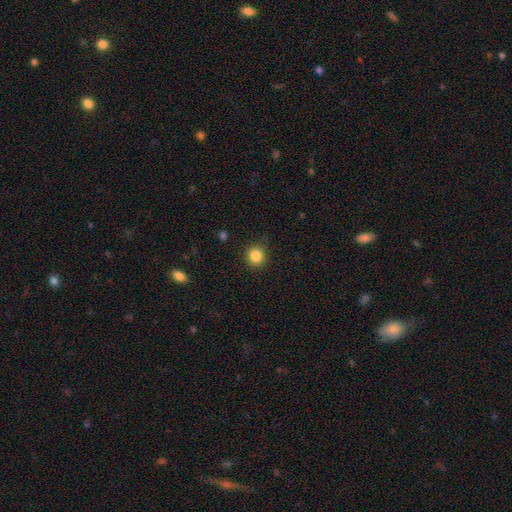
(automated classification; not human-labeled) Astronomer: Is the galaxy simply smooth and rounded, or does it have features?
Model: smooth — 85%.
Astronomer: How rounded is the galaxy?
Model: round — 90%.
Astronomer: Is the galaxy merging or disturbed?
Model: none — 89%.